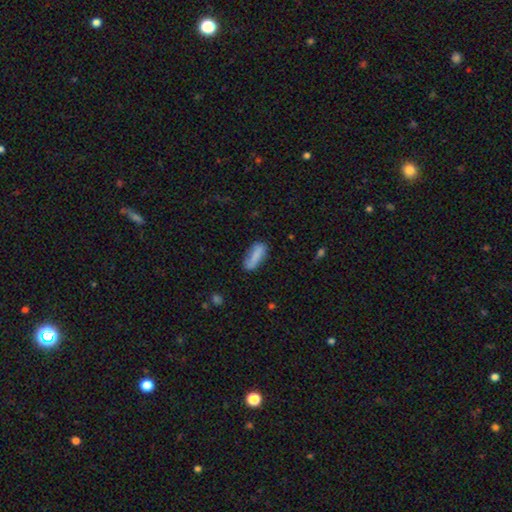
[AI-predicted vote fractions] smooth 80%, featured or disk 13%, star or artifact 7%. Down the decision tree: how rounded — in between (62%); merging — none (64%).